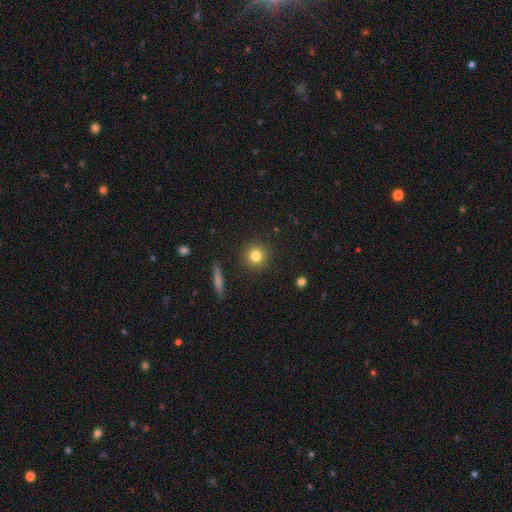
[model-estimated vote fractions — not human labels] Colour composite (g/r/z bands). It shows a smooth galaxy with no disk features (80%) that is round (92%). Merging: none (90%).